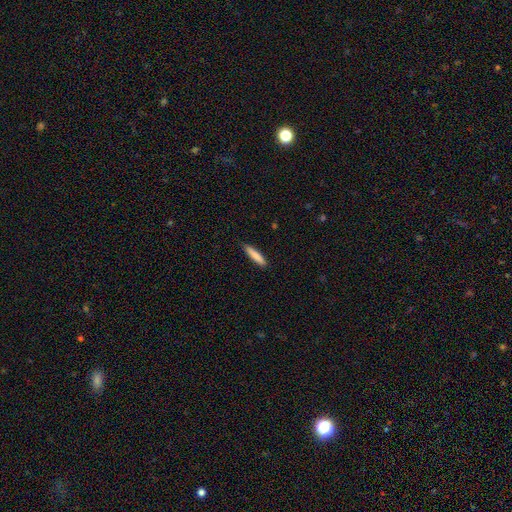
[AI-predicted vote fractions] Smooth or featured?
  - smooth: 84% *
  - featured or disk: 10%
  - star or artifact: 6%
How rounded?
  - cigar-shaped: 87% *
  - in between: 11%
  - round: 1%
Merging?
  - none: 89% *
  - minor disturbance: 8%
  - major disturbance: 2%
  - merger: 1%